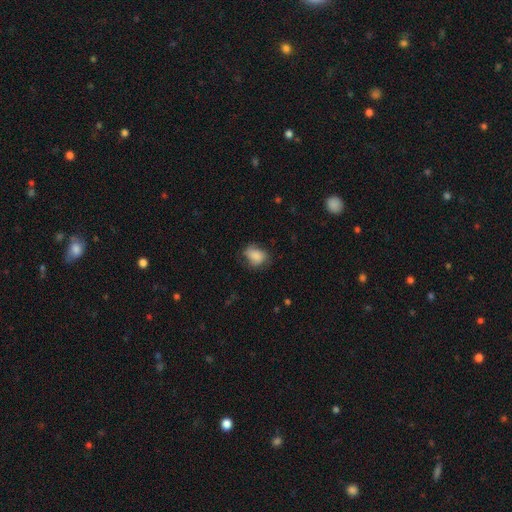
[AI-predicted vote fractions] Smooth or featured? smooth (80%)
How rounded? in between (67%)
Merging? none (59%)